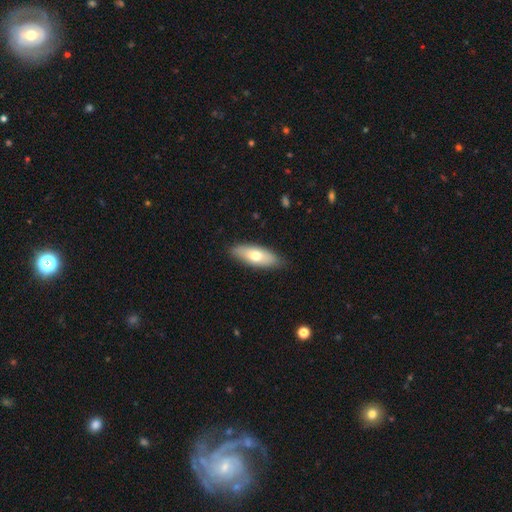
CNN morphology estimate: smooth-or-featured: smooth: 67% | featured or disk: 27% | star or artifact: 6%
  how-rounded: in between: 71% | cigar-shaped: 27% | round: 3%
  merging: none: 84% | minor disturbance: 12% | major disturbance: 2% | merger: 1%